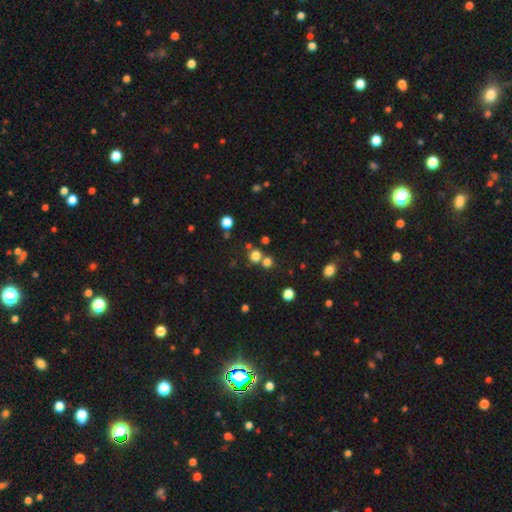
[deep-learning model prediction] smooth-or-featured: smooth: 73% | star or artifact: 20% | featured or disk: 7%
  how-rounded: round: 83% | in between: 16% | cigar-shaped: 1%
  merging: none: 62% | merger: 27% | minor disturbance: 8% | major disturbance: 4%